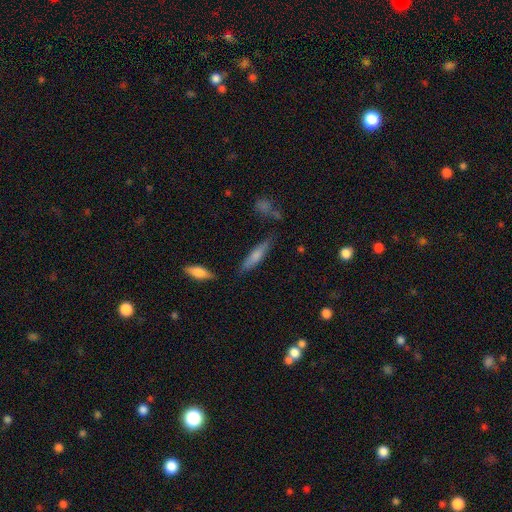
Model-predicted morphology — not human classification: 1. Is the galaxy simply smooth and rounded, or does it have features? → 70% smooth, 24% featured or disk, 6% star or artifact.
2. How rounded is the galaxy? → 78% cigar-shaped, 20% in between, 2% round.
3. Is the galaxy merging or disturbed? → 76% none, 16% minor disturbance, 4% merger, 4% major disturbance.